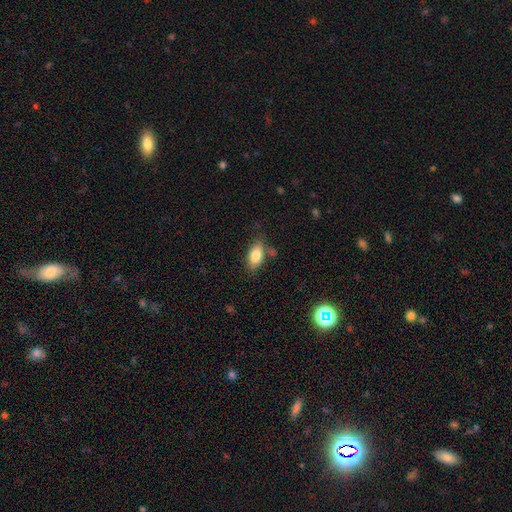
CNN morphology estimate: The model was most divided on "merging": none: 71%, minor disturbance: 18%, merger: 7%, major disturbance: 5%. More confident: how rounded — in between (88%); smooth or featured — smooth (82%).